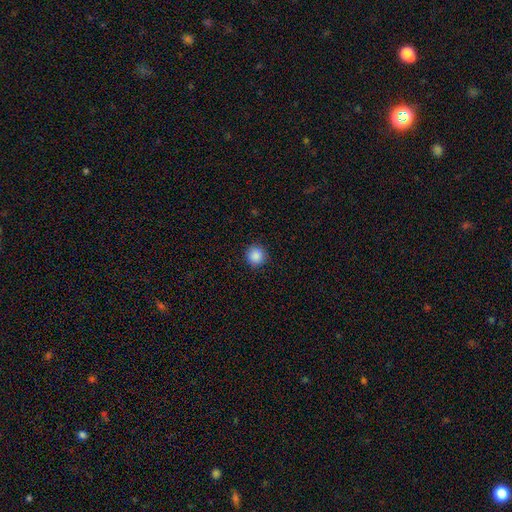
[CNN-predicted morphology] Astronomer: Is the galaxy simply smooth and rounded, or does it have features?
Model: smooth — 88%.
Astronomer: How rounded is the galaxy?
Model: round — 94%.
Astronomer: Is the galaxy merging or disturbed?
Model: none — 90%.